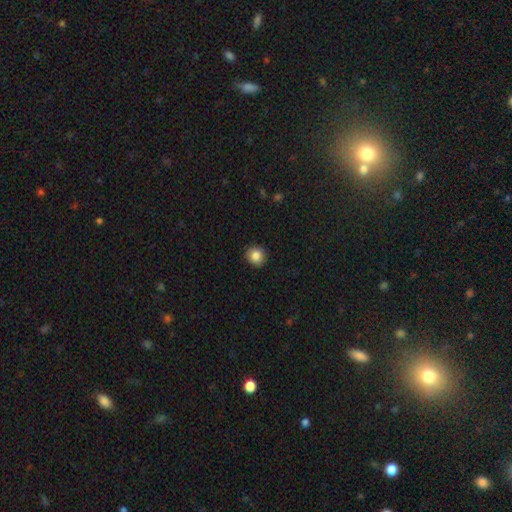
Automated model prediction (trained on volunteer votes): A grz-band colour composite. It shows a smooth galaxy with no disk features (86%) that is round (90%). Merging: none (91%).